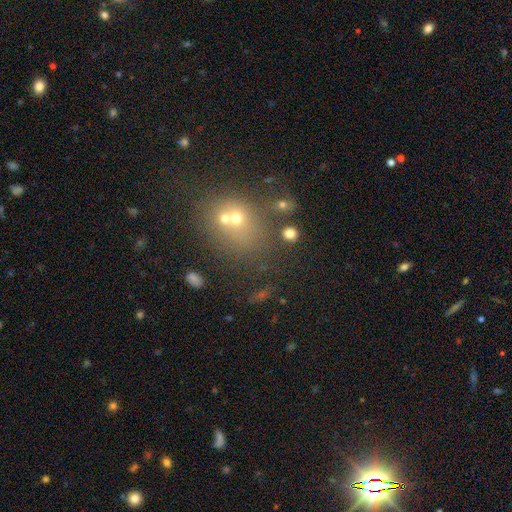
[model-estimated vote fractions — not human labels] Q: Smooth or featured?
A: smooth (50%); runner-up: star or artifact (37%)
Q: Merging?
A: none (64%); runner-up: merger (15%)